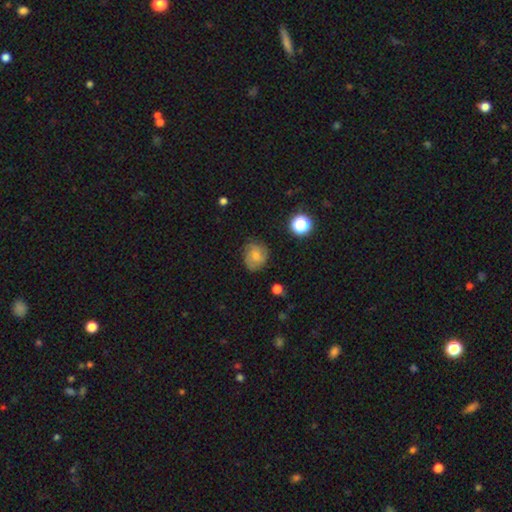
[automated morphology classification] Smooth or featured? smooth (52%)
How rounded? round (74%)
Merging? none (73%)